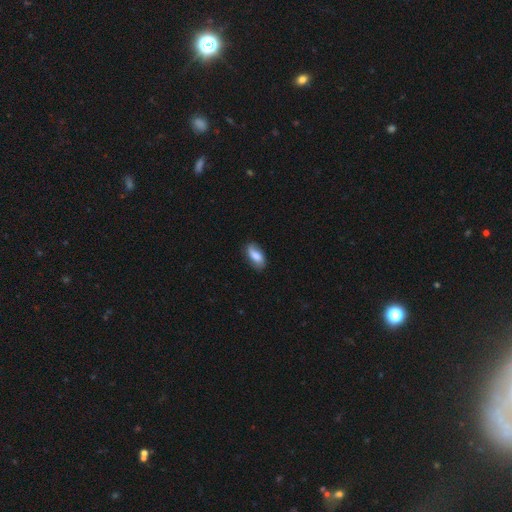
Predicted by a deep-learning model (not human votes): This is likely a smooth galaxy (67%). How rounded: clearly in between (90%). Merging: likely none (74%).